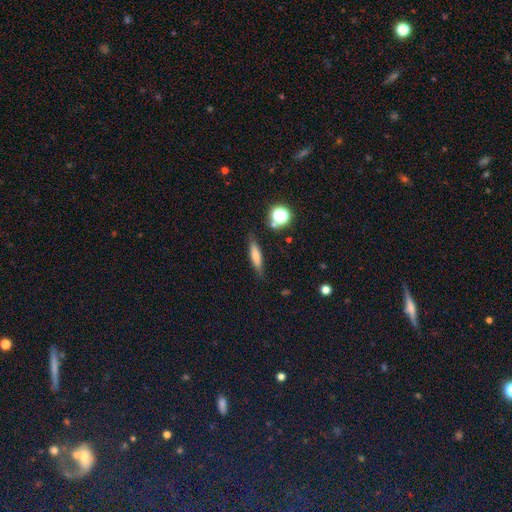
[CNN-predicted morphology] Overall: smooth (65%). How rounded: cigar-shaped (77%). Merging: none (82%).